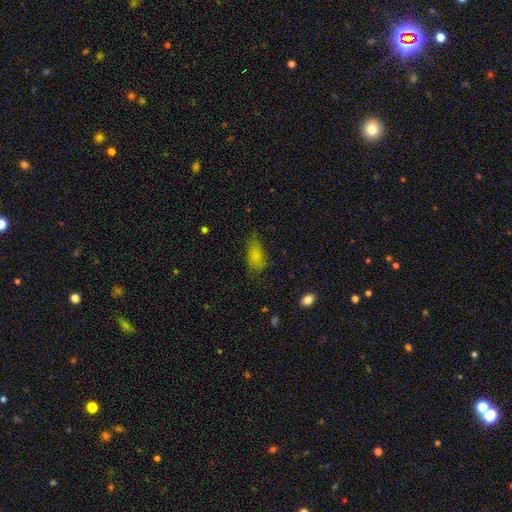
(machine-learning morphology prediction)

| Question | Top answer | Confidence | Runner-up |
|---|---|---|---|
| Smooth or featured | smooth | 80% | featured or disk (10%) |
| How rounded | in between | 88% | cigar-shaped (6%) |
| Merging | none | 54% | minor disturbance (33%) |